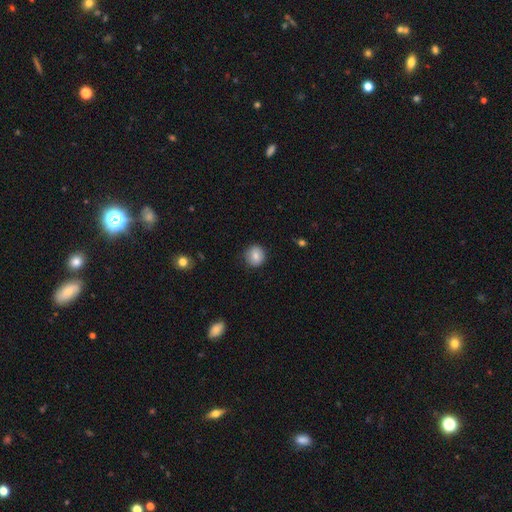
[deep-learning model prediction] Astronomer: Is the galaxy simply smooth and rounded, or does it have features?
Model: smooth — 80%.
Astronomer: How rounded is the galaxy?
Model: round — 90%.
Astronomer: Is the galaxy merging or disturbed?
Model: none — 87%.